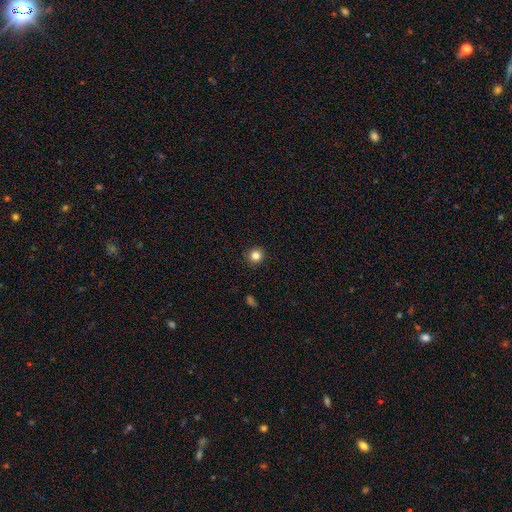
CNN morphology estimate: type=smooth (83%); roundness=round (94%); merging=none (93%).